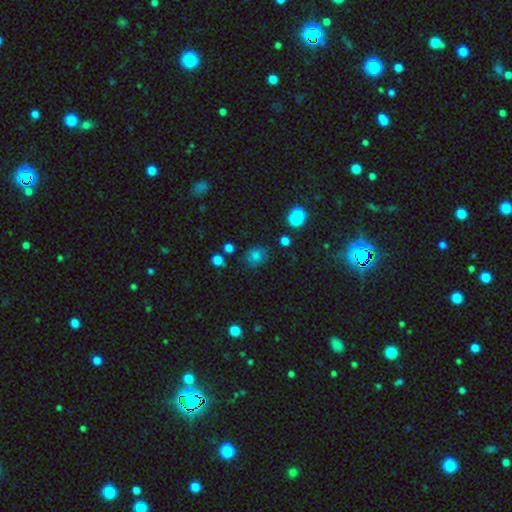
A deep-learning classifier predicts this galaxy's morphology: Q: Smooth or featured?
A: smooth (74%); runner-up: star or artifact (17%)
Q: How rounded?
A: round (60%); runner-up: in between (39%)
Q: Merging?
A: none (75%); runner-up: minor disturbance (16%)